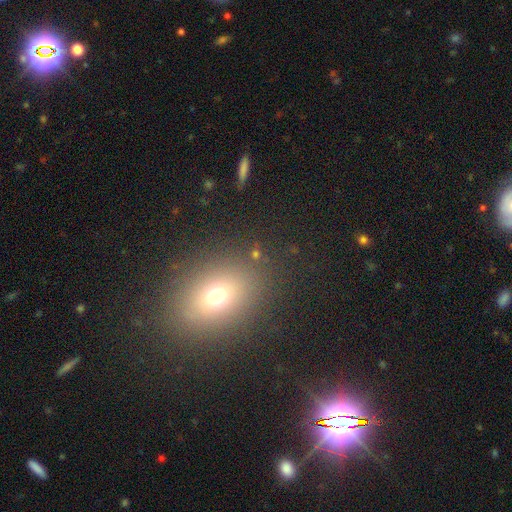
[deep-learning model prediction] smooth 61%, star or artifact 25%, featured or disk 14%. Down the decision tree: how rounded — in between (63%); merging — none (87%).